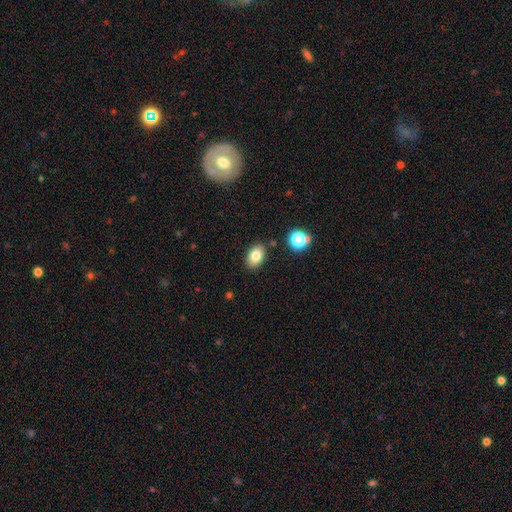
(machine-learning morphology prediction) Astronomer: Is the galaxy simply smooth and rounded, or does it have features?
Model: smooth — 81%.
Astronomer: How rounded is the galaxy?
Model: in between — 86%.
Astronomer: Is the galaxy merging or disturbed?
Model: none — 85%.